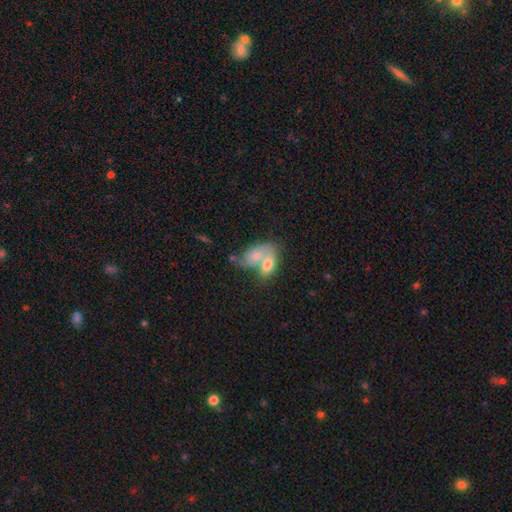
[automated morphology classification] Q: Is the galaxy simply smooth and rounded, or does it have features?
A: smooth — 67%.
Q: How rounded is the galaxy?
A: in between — 86%.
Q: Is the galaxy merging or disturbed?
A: merger — 72%.